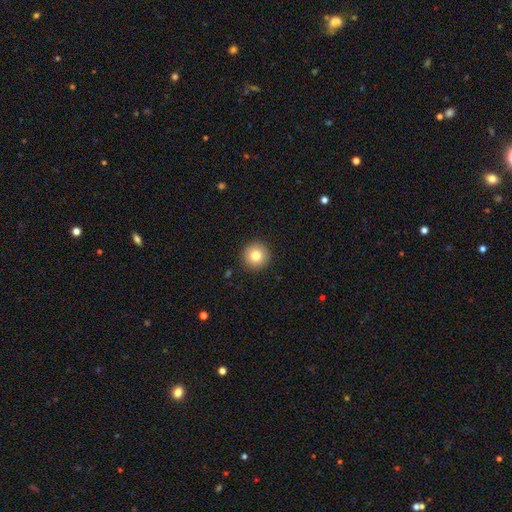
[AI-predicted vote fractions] This is clearly a smooth galaxy (81%). How rounded: clearly round (96%). Merging: clearly none (92%).